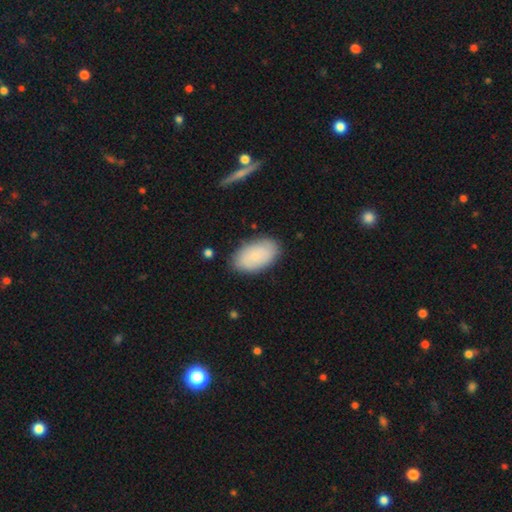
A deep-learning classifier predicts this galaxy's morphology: Smooth or featured: smooth — 75% (featured or disk — 18%)
How rounded: in between — 94% (round — 4%)
Merging: none — 83% (minor disturbance — 12%)